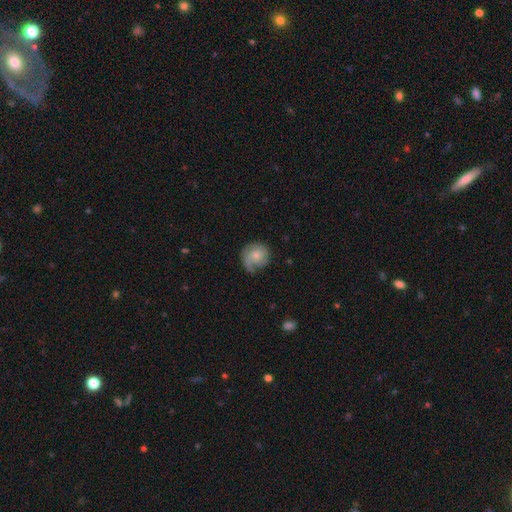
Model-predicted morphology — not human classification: smooth-or-featured: smooth: 51% | featured or disk: 42% | star or artifact: 8%
  how-rounded: round: 83% | in between: 16% | cigar-shaped: 1%
  merging: none: 55% | minor disturbance: 28% | major disturbance: 15% | merger: 2%